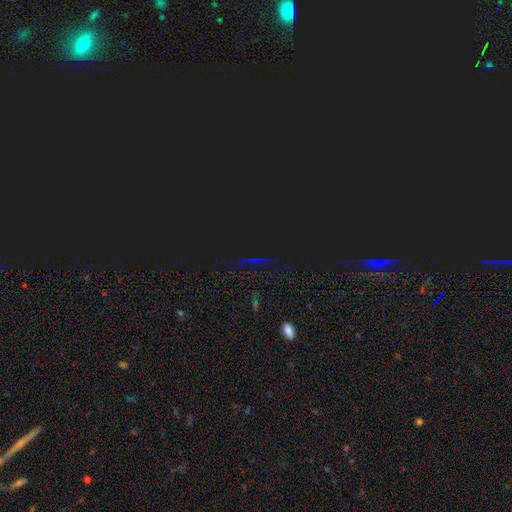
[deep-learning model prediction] A star or artifact, not a galaxy (81%).